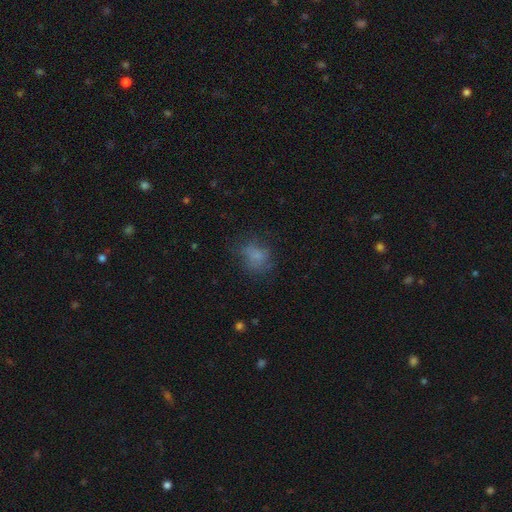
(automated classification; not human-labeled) Smooth or featured? smooth (69%)
How rounded? round (58%)
Merging? none (58%)